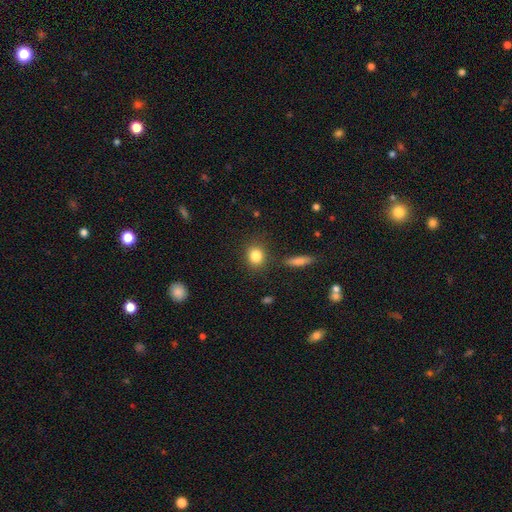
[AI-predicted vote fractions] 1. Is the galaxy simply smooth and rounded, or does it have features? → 84% smooth, 10% star or artifact, 6% featured or disk.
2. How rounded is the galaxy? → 70% round, 27% in between, 2% cigar-shaped.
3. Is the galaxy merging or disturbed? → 85% none, 9% minor disturbance, 3% merger, 3% major disturbance.